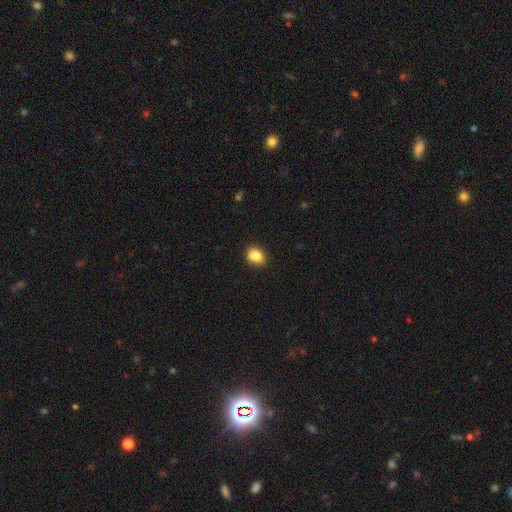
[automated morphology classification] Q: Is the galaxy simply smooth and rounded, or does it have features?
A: smooth — 84%.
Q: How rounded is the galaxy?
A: in between — 56%.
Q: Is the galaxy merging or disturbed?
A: none — 82%.